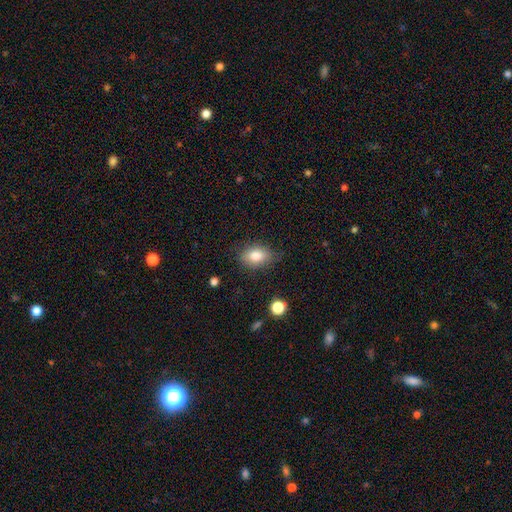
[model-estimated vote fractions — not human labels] smooth 83%, featured or disk 9%, star or artifact 8%. Down the decision tree: how rounded — in between (84%); merging — none (76%).